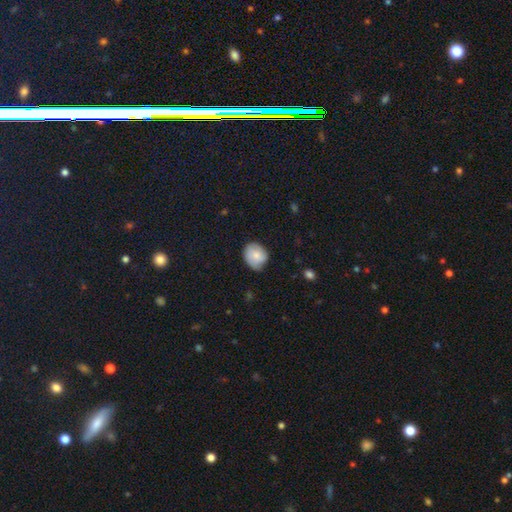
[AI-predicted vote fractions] smooth-or-featured: smooth: 75% | featured or disk: 18% | star or artifact: 7%
  how-rounded: round: 60% | in between: 39% | cigar-shaped: 1%
  merging: none: 63% | minor disturbance: 31% | major disturbance: 5% | merger: 1%